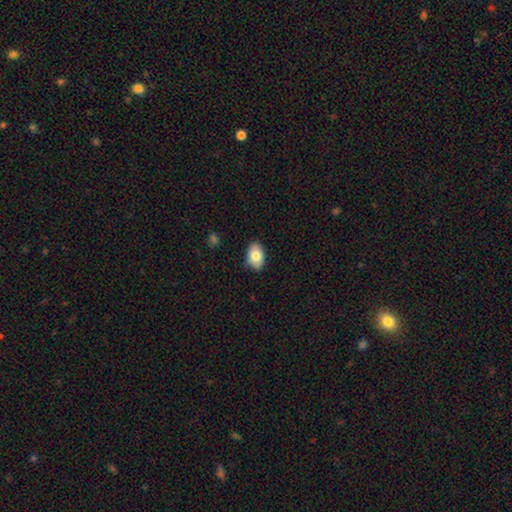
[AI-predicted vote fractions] Morphology: type=smooth (81%); roundness=in between (89%); merging=none (84%).